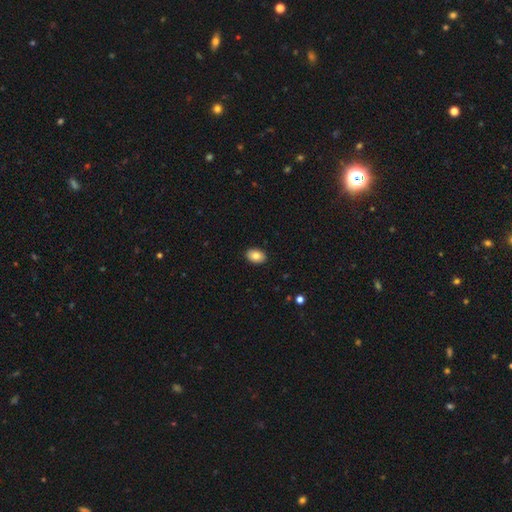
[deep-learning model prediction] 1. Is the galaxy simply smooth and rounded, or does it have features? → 84% smooth, 9% featured or disk, 8% star or artifact.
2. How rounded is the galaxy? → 85% in between, 14% round, 1% cigar-shaped.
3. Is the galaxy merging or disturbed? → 90% none, 7% minor disturbance, 2% major disturbance, 1% merger.